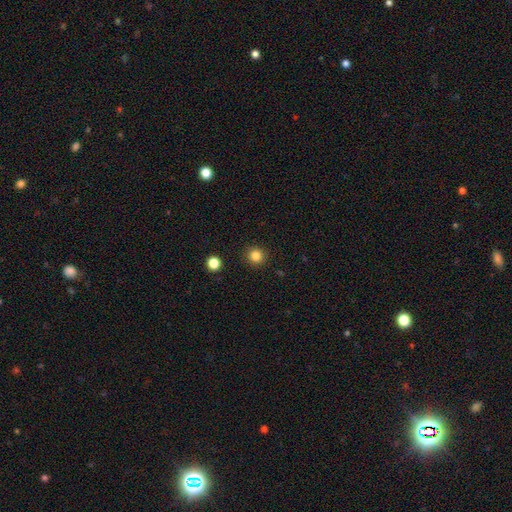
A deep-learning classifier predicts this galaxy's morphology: The model was most divided on "smooth or featured": smooth: 83%, star or artifact: 12%, featured or disk: 5%. More confident: how rounded — round (94%); merging — none (92%).